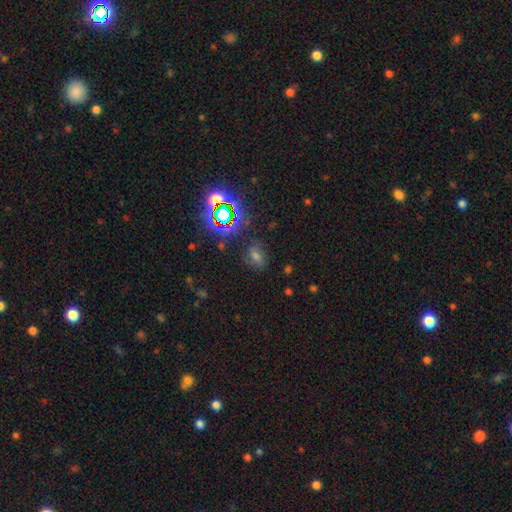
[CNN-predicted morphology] Smooth or featured?
  - star or artifact: 43% *
  - smooth: 41%
  - featured or disk: 16%